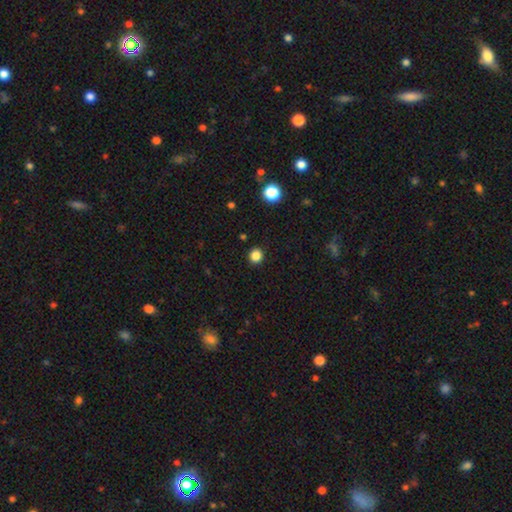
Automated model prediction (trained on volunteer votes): Overall: smooth (84%). How rounded: round (92%). Merging: none (92%).